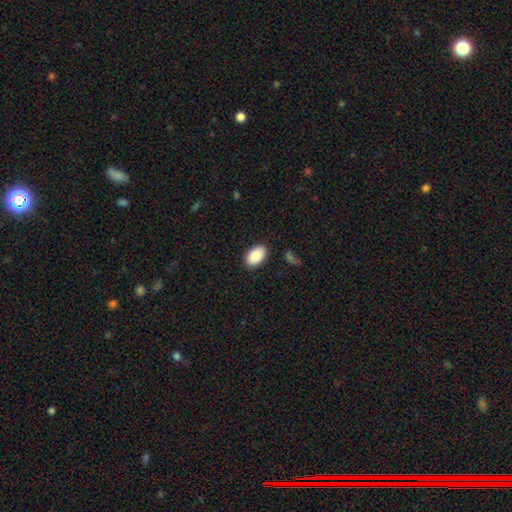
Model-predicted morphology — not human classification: smooth-or-featured: smooth: 90% | star or artifact: 6% | featured or disk: 4%
  how-rounded: in between: 93% | round: 6% | cigar-shaped: 1%
  merging: none: 88% | minor disturbance: 8% | major disturbance: 2% | merger: 1%